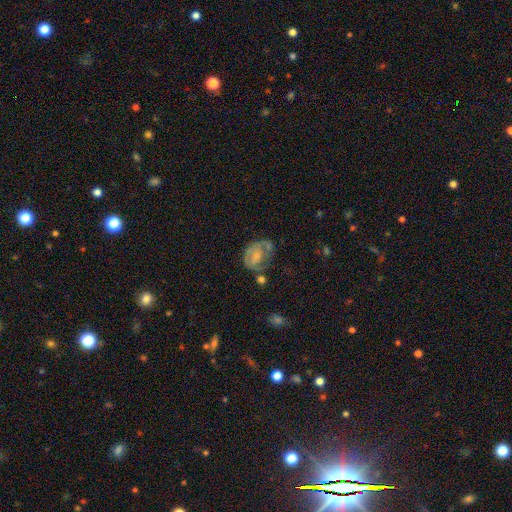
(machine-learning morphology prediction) A smooth galaxy with no disk features (46%, tied with featured or disk).

Vote fractions:
- Smooth or featured? smooth: 46% (tied) / featured or disk: 46% (tied) / star or artifact: 8%
- Merging? none: 35% / minor disturbance: 29% / major disturbance: 24% / merger: 12%